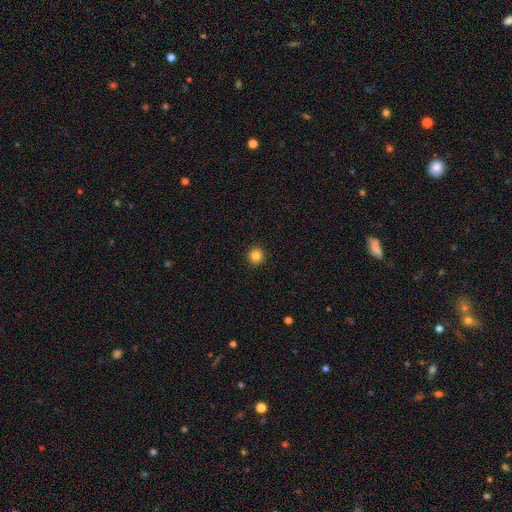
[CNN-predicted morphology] smooth_or_featured: smooth (p=0.84) [alt: star or artifact p=0.11]
how_rounded: round (p=0.94) [alt: in between p=0.05]
merging: none (p=0.93) [alt: minor disturbance p=0.04]